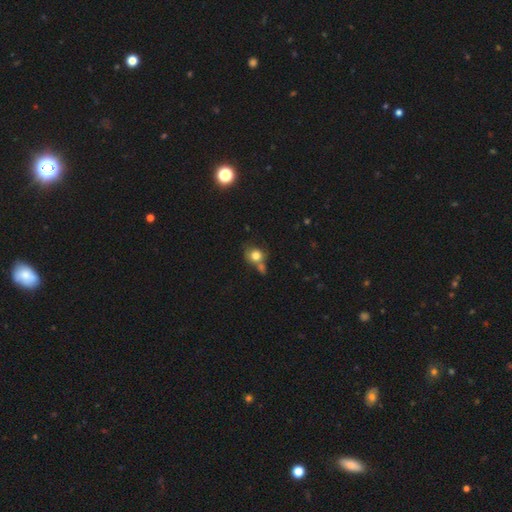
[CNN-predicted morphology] smooth 76%, featured or disk 13%, star or artifact 11%. Down the decision tree: how rounded — round (73%); merging — none (40%).